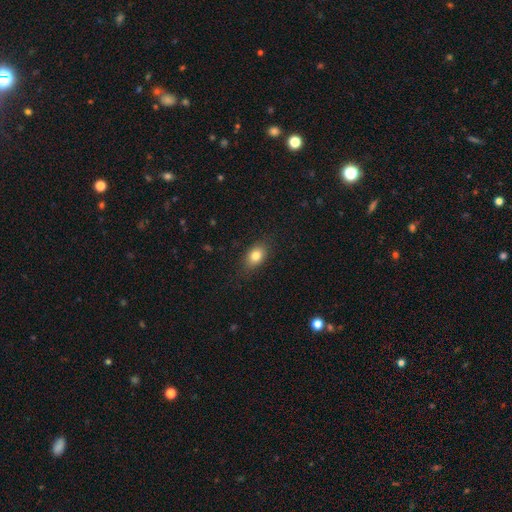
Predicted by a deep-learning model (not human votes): smooth_or_featured: smooth (p=0.81) [alt: featured or disk p=0.10]
how_rounded: in between (p=0.82) [alt: round p=0.16]
merging: none (p=0.84) [alt: minor disturbance p=0.12]